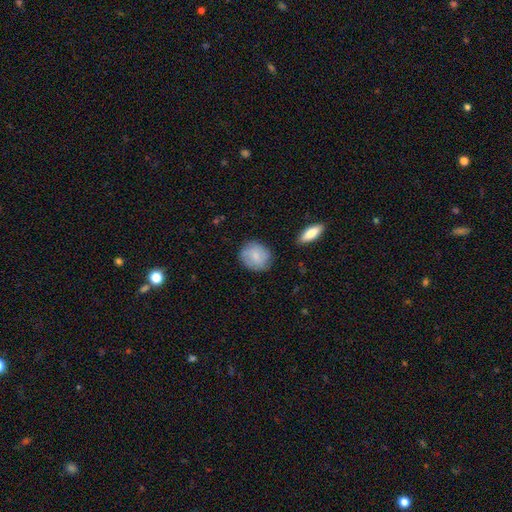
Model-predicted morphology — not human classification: A smooth galaxy with no disk features (80%) that is round (72%).

Vote fractions:
- Smooth or featured? smooth: 80% / featured or disk: 14% / star or artifact: 6%
- How rounded? round: 72% / in between: 27% / cigar-shaped: 1%
- Merging? none: 79% / minor disturbance: 15% / major disturbance: 4% / merger: 2%